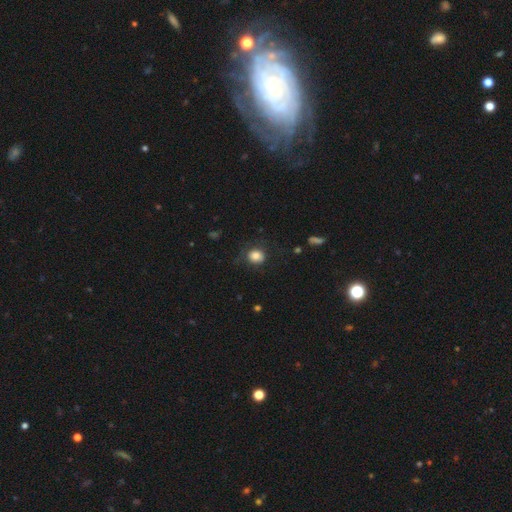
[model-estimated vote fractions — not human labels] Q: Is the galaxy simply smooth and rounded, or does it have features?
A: smooth — 82%.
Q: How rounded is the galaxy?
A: round — 73%.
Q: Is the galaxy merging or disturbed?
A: none — 68%.